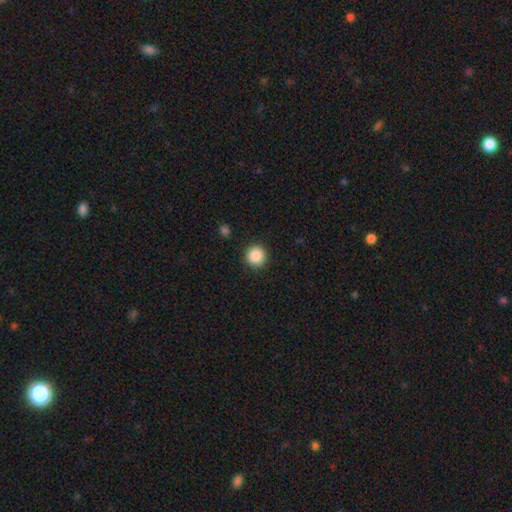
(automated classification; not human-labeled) smooth-or-featured: smooth: 88% | star or artifact: 9% | featured or disk: 3%
  how-rounded: round: 95% | in between: 4% | cigar-shaped: 1%
  merging: none: 91% | minor disturbance: 5% | major disturbance: 2% | merger: 1%